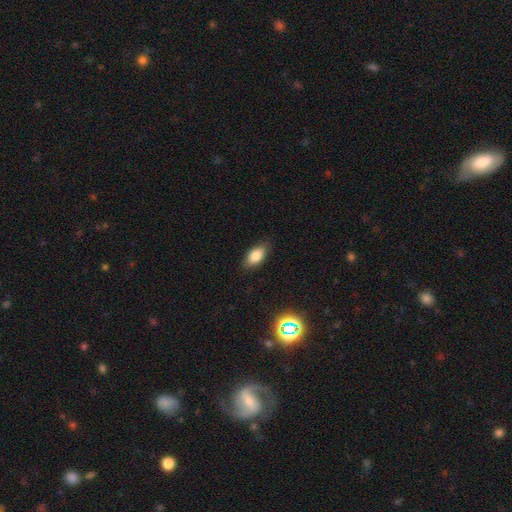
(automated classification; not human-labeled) Smooth or featured?
  - smooth: 80% *
  - featured or disk: 11%
  - star or artifact: 9%
How rounded?
  - in between: 89% *
  - cigar-shaped: 6%
  - round: 5%
Merging?
  - none: 85% *
  - minor disturbance: 12%
  - major disturbance: 2%
  - merger: 1%